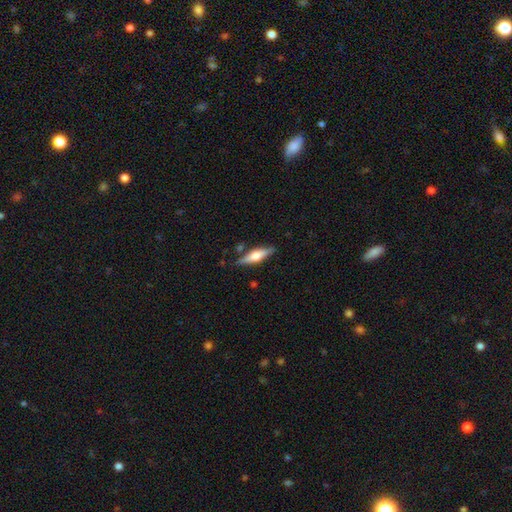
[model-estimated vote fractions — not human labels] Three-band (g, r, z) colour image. It shows a featured or disk galaxy (53%) viewed edge-on (94%). Merging: none (80%).